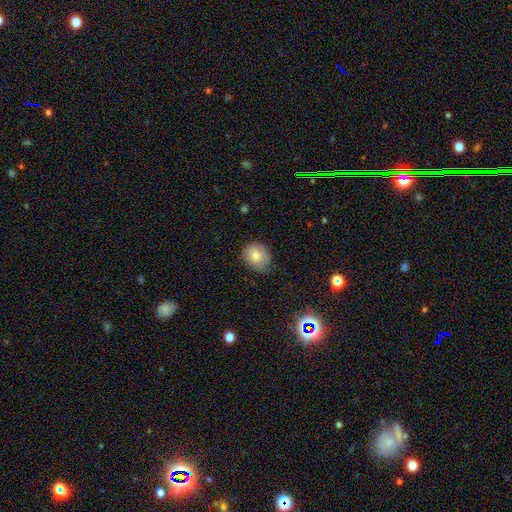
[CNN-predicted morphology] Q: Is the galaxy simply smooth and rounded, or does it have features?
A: smooth — 78%.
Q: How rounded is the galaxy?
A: round — 69%.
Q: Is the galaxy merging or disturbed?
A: none — 74%.